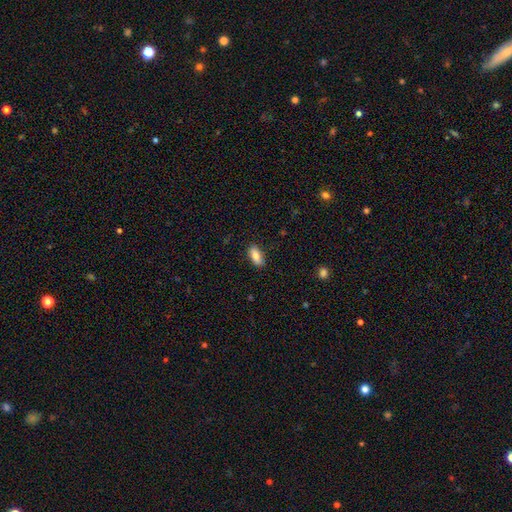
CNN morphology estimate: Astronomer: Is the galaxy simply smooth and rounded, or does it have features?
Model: smooth — 84%.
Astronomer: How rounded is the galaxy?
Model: in between — 81%.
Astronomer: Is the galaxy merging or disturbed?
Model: none — 84%.